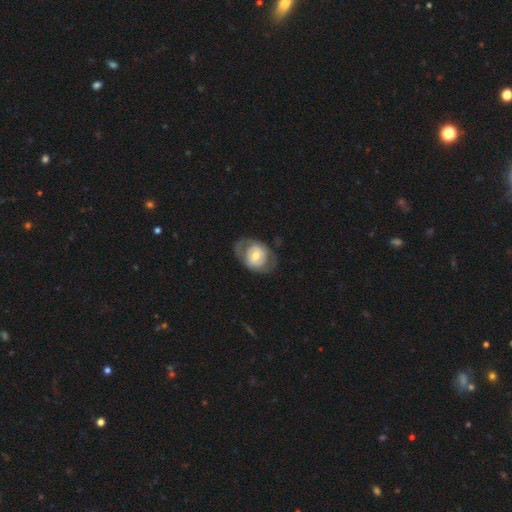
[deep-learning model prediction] featured or disk 61%, smooth 34%, star or artifact 5%. Down the decision tree: edge-on disk — no (95%); bar — no (59%); spiral arms — yes (54%); bulge size — moderate (65%); merging — none (62%).